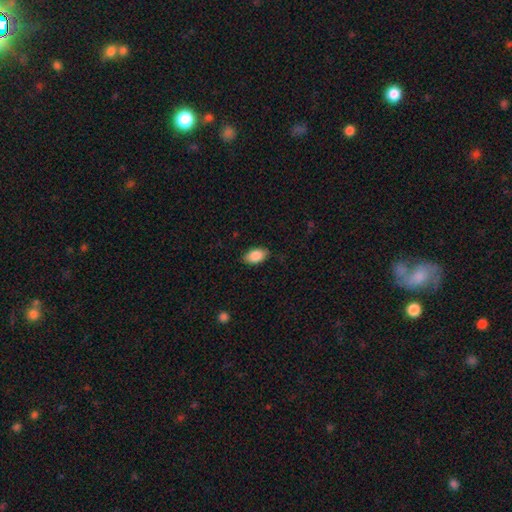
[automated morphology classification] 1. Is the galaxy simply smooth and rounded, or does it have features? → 87% smooth, 7% star or artifact, 6% featured or disk.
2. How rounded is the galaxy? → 92% in between, 6% round, 2% cigar-shaped.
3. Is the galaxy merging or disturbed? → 84% none, 12% minor disturbance, 2% major disturbance, 1% merger.